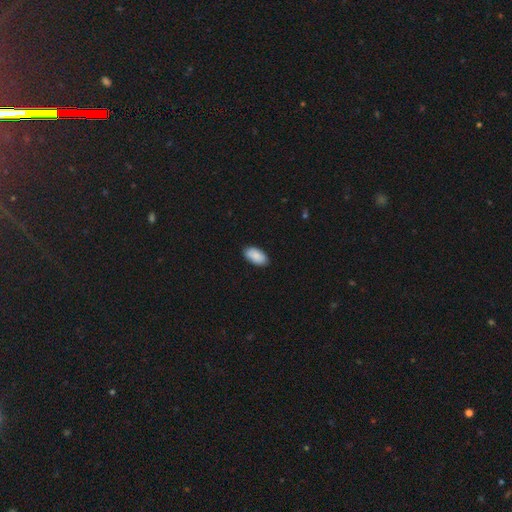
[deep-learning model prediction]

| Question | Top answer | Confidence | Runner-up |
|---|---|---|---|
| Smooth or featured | smooth | 88% | star or artifact (6%) |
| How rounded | in between | 95% | round (2%) |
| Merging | none | 89% | minor disturbance (9%) |